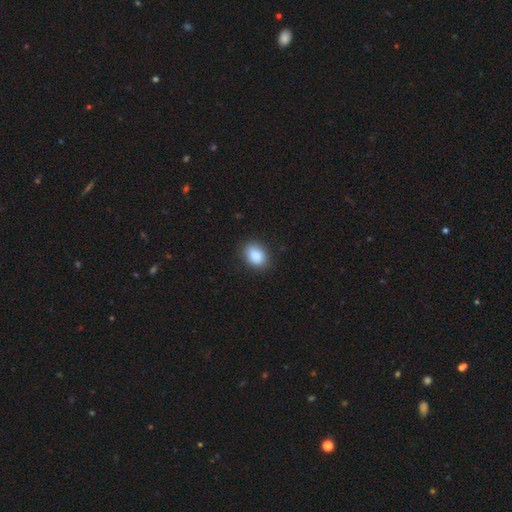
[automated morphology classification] This is clearly a smooth galaxy (89%). How rounded: likely in between (75%). Merging: clearly none (85%).